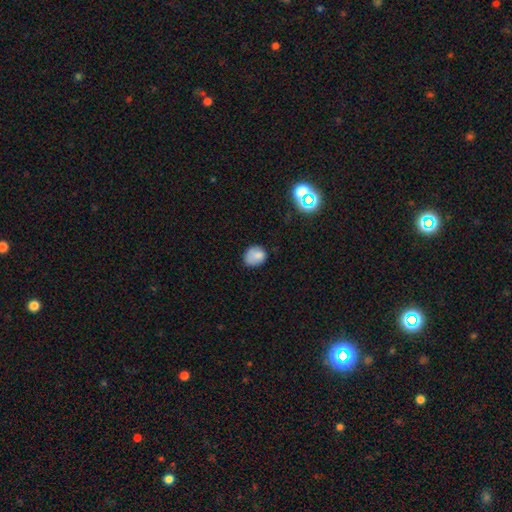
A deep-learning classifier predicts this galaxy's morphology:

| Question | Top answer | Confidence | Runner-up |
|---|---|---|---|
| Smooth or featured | smooth | 79% | star or artifact (12%) |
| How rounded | round | 54% | in between (46%) |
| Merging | none | 63% | minor disturbance (27%) |